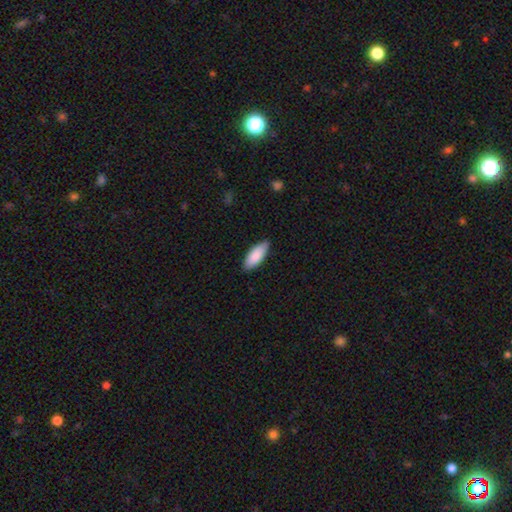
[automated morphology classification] Smooth or featured: smooth — 86% (featured or disk — 8%)
How rounded: in between — 81% (cigar-shaped — 17%)
Merging: none — 85% (minor disturbance — 12%)